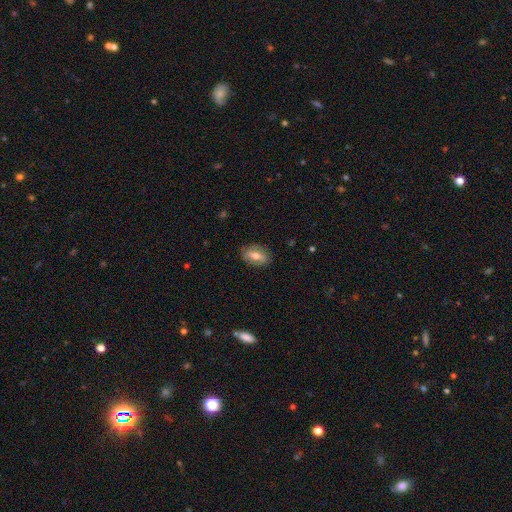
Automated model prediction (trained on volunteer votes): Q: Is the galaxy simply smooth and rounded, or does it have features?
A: smooth — 54%.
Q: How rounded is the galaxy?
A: in between — 84%.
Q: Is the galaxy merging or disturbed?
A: none — 83%.